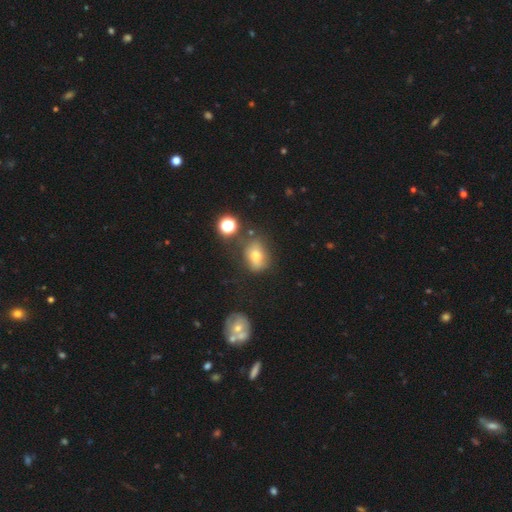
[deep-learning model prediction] Q: Smooth or featured?
A: smooth (67%); runner-up: featured or disk (18%)
Q: How rounded?
A: in between (61%); runner-up: round (37%)
Q: Merging?
A: none (61%); runner-up: minor disturbance (22%)